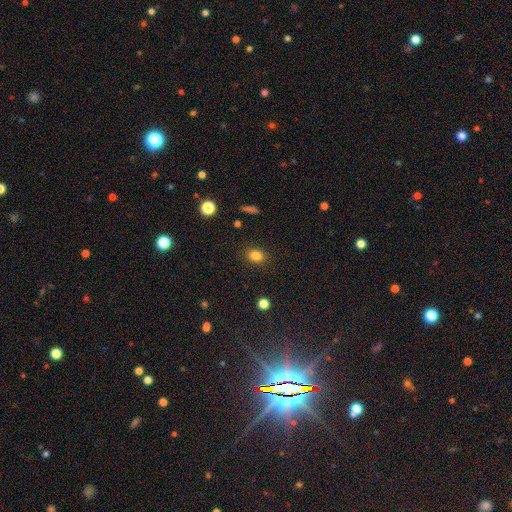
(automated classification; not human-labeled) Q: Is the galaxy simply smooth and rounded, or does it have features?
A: smooth — 83%.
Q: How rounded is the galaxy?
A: round — 51%.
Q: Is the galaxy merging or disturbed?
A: none — 88%.